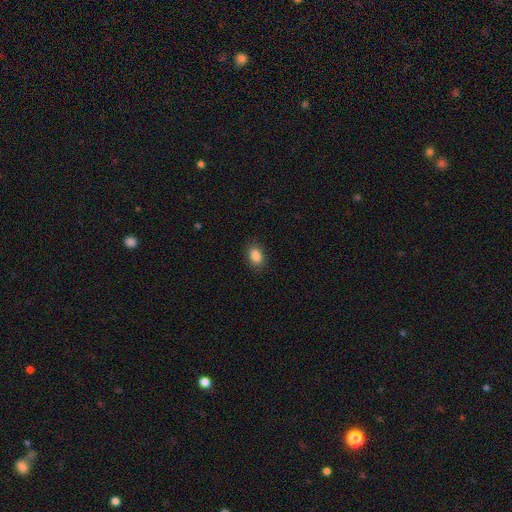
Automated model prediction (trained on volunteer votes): A smooth galaxy with no disk features (88%) that is in between round and cigar-shaped (78%).

Vote fractions:
- Smooth or featured? smooth: 88% / star or artifact: 9% / featured or disk: 4%
- How rounded? in between: 78% / round: 21% / cigar-shaped: 1%
- Merging? none: 86% / minor disturbance: 10% / major disturbance: 3% / merger: 1%